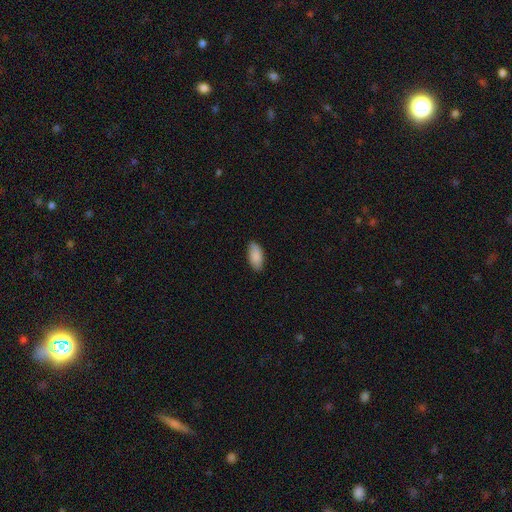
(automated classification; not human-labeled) Overall: smooth (87%). How rounded: in between (91%). Merging: none (82%).